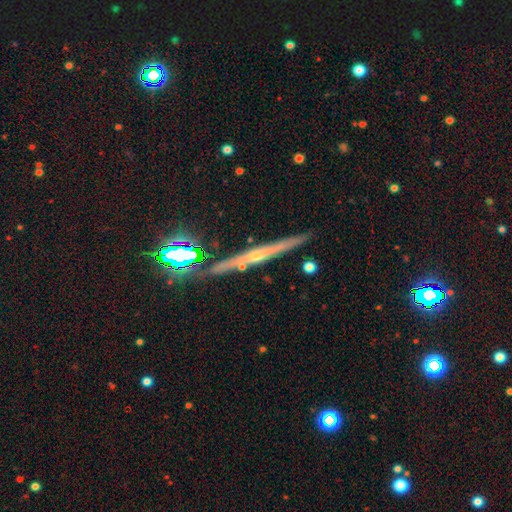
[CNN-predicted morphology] Overall: featured or disk (69%). Edge-on disk: yes (96%). Edge-on bulge: rounded (62%; none 31%). Merging: none (86%).